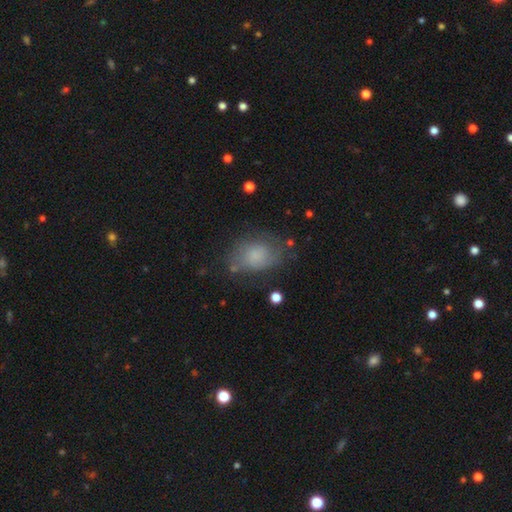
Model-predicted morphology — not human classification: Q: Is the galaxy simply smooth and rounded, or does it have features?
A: smooth — 59%.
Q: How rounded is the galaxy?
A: in between — 73%.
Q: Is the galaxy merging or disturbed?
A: none — 62%.